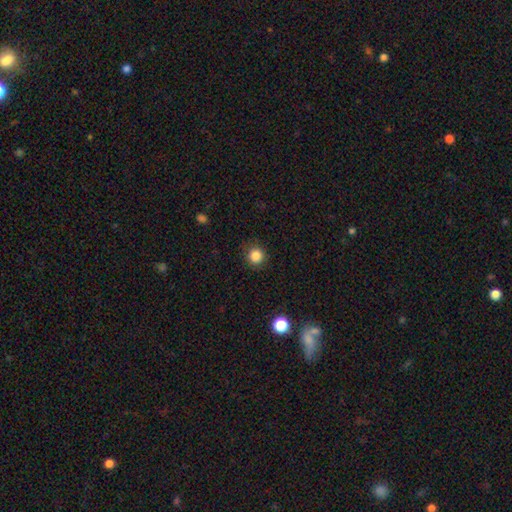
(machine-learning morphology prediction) type=smooth (85%); roundness=round (92%); merging=none (88%).